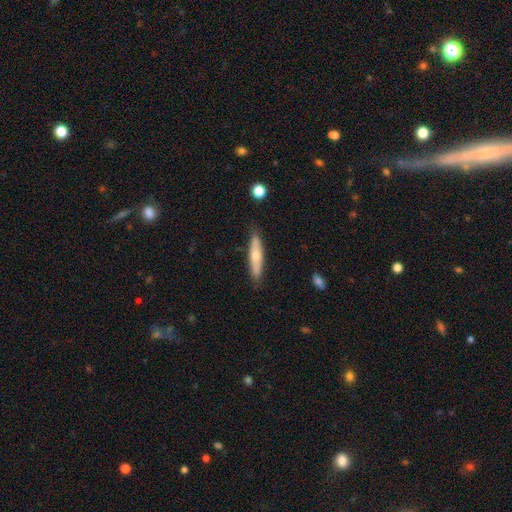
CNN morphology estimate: smooth-or-featured: smooth: 56% | featured or disk: 38% | star or artifact: 6%
  how-rounded: cigar-shaped: 80% | in between: 19% | round: 2%
  merging: none: 84% | minor disturbance: 12% | major disturbance: 2% | merger: 2%